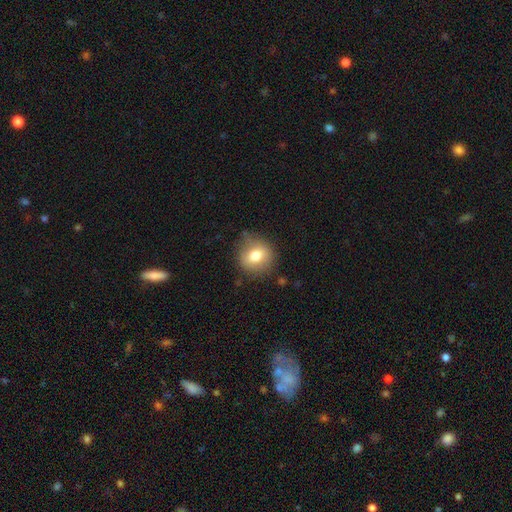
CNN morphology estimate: Smooth or featured? smooth (74%)
How rounded? round (82%)
Merging? none (77%)